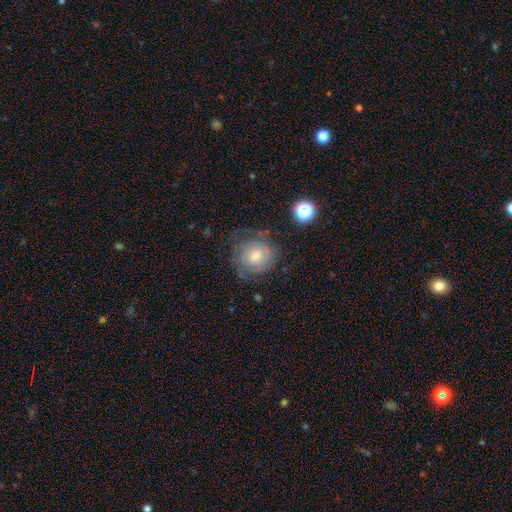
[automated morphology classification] This is possibly a featured or disk galaxy (50%). It is clearly not viewed edge-on (97%). Merging: possibly none (60%).